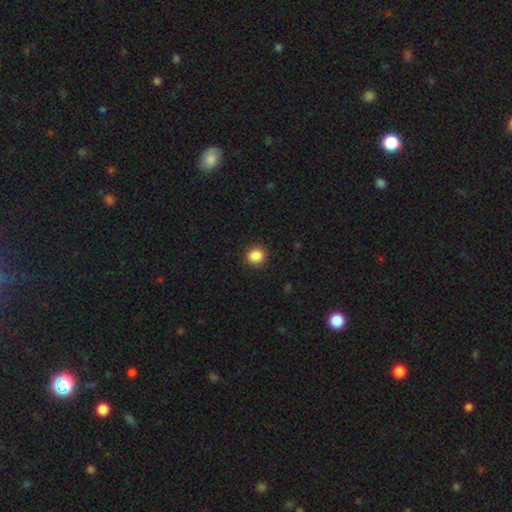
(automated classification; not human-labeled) Q: Smooth or featured?
A: smooth (87%); runner-up: star or artifact (10%)
Q: How rounded?
A: round (82%); runner-up: in between (17%)
Q: Merging?
A: none (91%); runner-up: minor disturbance (6%)